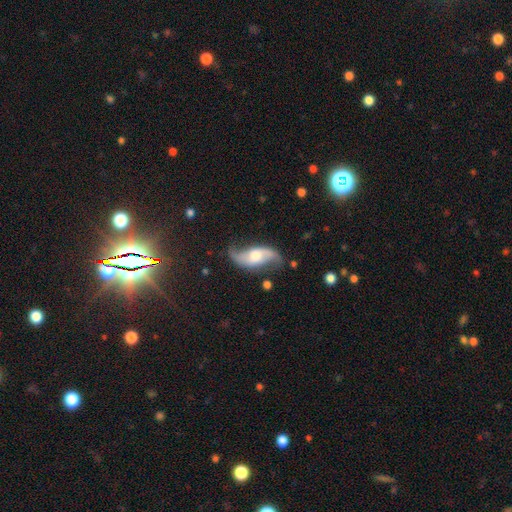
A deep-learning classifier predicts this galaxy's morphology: The model was most divided on "bar": no: 52%, weak: 35%, strong: 13%. More confident: spiral arms — yes (94%); edge-on disk — no (92%); spiral arm count — 2 (92%); smooth or featured — featured or disk (80%); spiral winding — loose (78%); merging — none (68%); bulge size — moderate (56%).